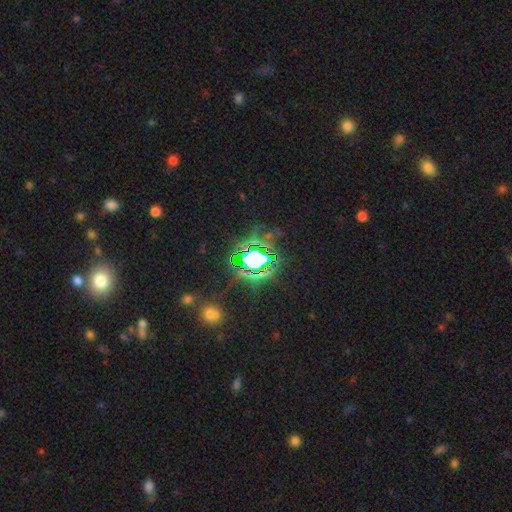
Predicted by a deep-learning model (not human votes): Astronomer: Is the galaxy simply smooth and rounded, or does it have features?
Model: star or artifact — 80%.